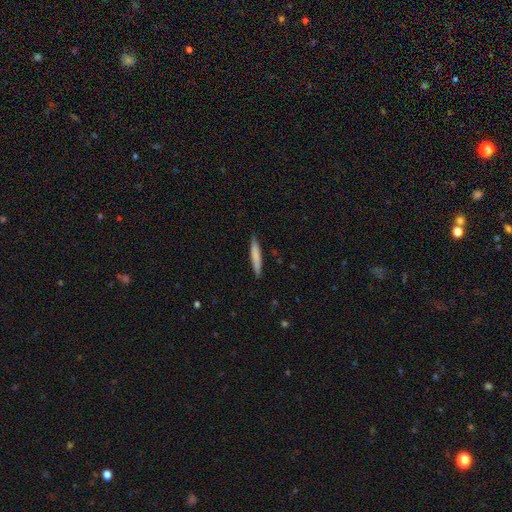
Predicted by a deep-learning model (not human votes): A smooth galaxy with no disk features (75%) that is cigar-shaped (94%).

Vote fractions:
- Smooth or featured? smooth: 75% / featured or disk: 20% / star or artifact: 6%
- How rounded? cigar-shaped: 94% / in between: 5% / round: 1%
- Merging? none: 88% / minor disturbance: 9% / major disturbance: 2% / merger: 1%